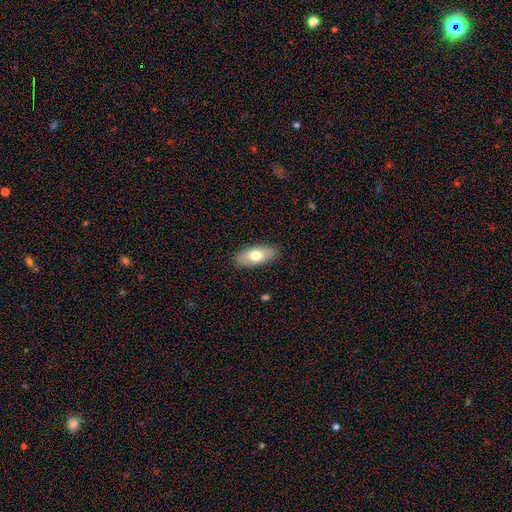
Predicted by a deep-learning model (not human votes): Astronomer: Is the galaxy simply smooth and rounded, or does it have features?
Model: smooth — 68%.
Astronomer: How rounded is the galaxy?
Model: in between — 89%.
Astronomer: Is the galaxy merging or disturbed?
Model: none — 87%.